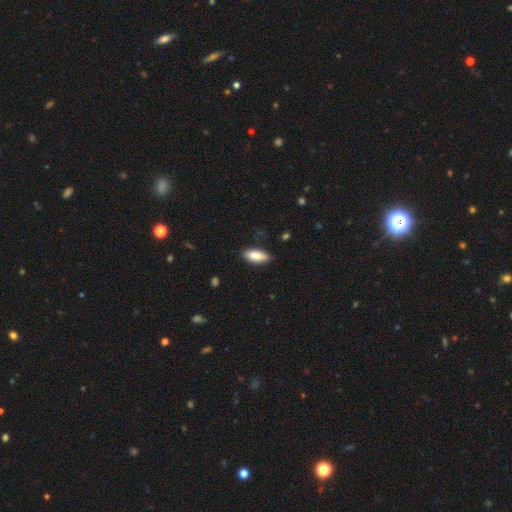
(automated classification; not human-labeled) This appears to be a smooth galaxy with no disk features (85%) that is in between round and cigar-shaped (80%). Merging: none (85%).